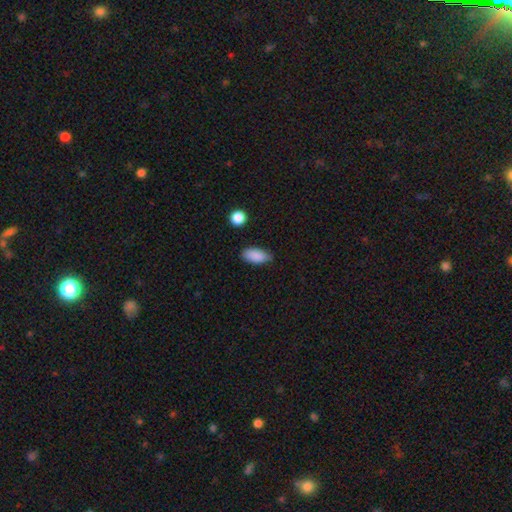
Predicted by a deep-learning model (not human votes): A smooth galaxy with no disk features (88%) that is in between round and cigar-shaped (90%). Merging: none (76%).